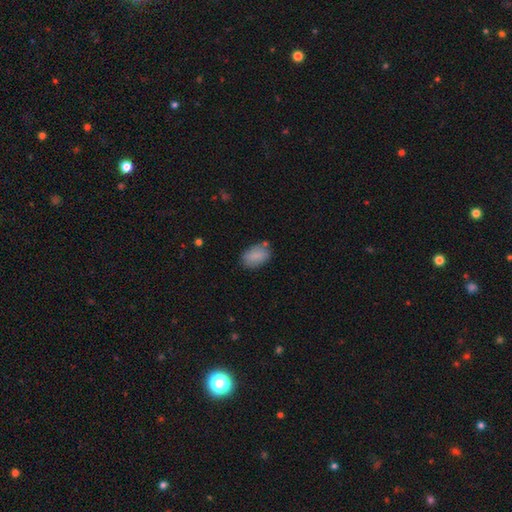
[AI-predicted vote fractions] A smooth galaxy with no disk features (84%) that is in between round and cigar-shaped (89%). Merging: none (69%).